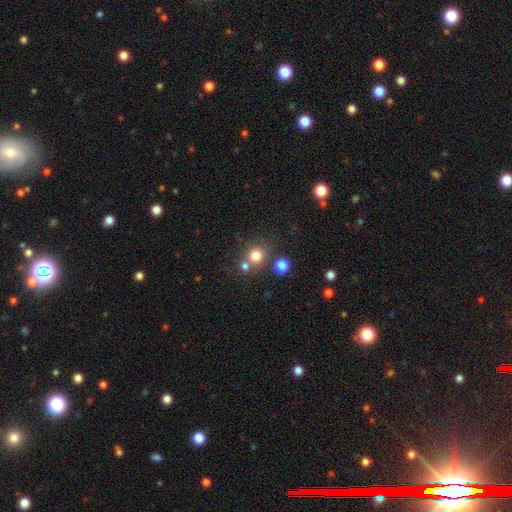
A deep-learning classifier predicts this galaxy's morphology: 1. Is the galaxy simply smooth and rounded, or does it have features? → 77% smooth, 15% star or artifact, 8% featured or disk.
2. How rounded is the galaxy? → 89% round, 10% in between, 1% cigar-shaped.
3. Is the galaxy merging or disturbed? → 65% none, 23% merger, 8% minor disturbance, 4% major disturbance.